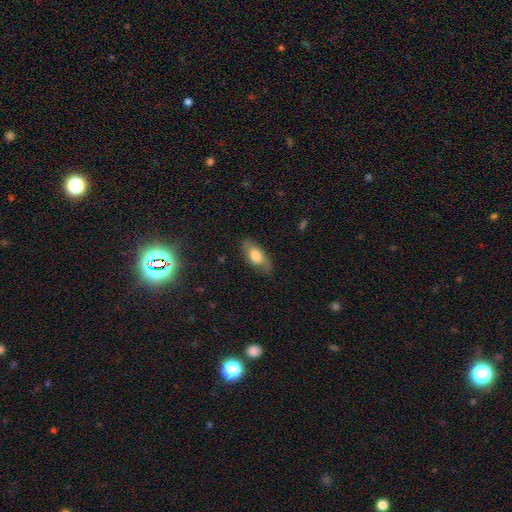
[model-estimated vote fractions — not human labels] A smooth galaxy with no disk features (63%) that is in between round and cigar-shaped (82%).

Vote fractions:
- Smooth or featured? smooth: 63% / featured or disk: 31% / star or artifact: 7%
- How rounded? in between: 82% / cigar-shaped: 14% / round: 4%
- Merging? none: 77% / minor disturbance: 18% / major disturbance: 4% / merger: 1%